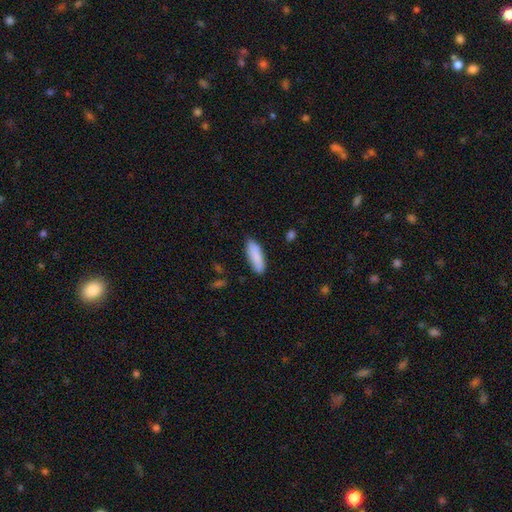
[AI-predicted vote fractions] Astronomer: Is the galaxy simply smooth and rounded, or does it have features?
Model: smooth — 88%.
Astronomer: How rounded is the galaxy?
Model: in between — 60% (runner-up: cigar-shaped, 39%).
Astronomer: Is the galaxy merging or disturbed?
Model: none — 84%.